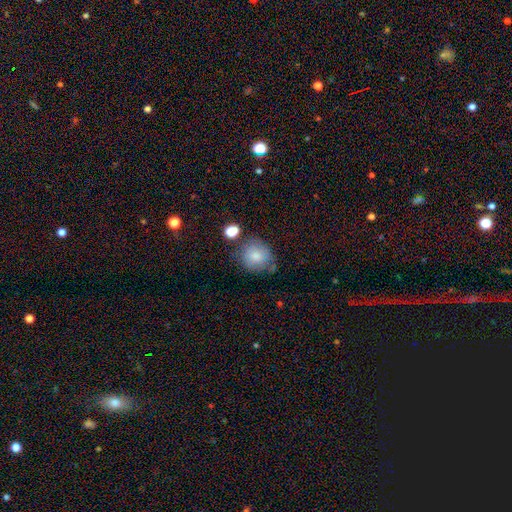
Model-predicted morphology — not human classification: Smooth or featured?
  - smooth: 80% *
  - featured or disk: 11%
  - star or artifact: 9%
How rounded?
  - round: 83% *
  - in between: 16%
  - cigar-shaped: 1%
Merging?
  - none: 63% *
  - minor disturbance: 21%
  - merger: 9%
  - major disturbance: 7%